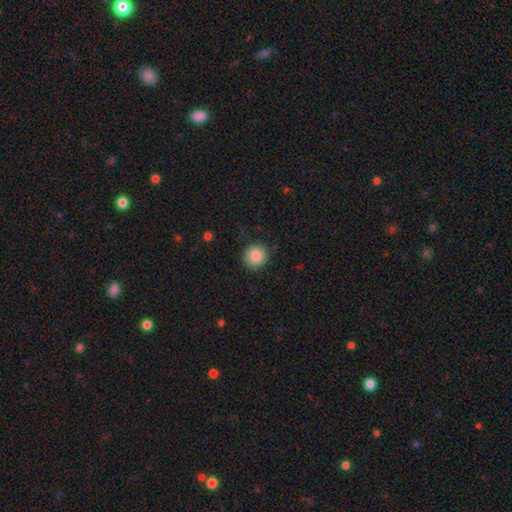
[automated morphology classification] Overall: smooth (87%). How rounded: round (92%). Merging: none (89%).